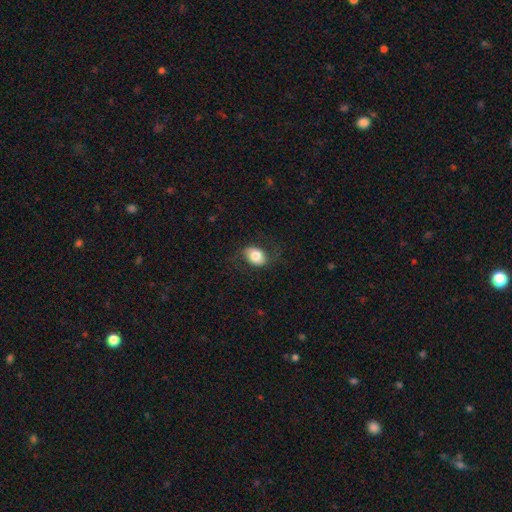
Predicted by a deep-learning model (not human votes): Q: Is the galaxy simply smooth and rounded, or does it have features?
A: smooth — 72%.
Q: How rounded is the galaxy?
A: in between — 75%.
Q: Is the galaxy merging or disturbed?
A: none — 73%.